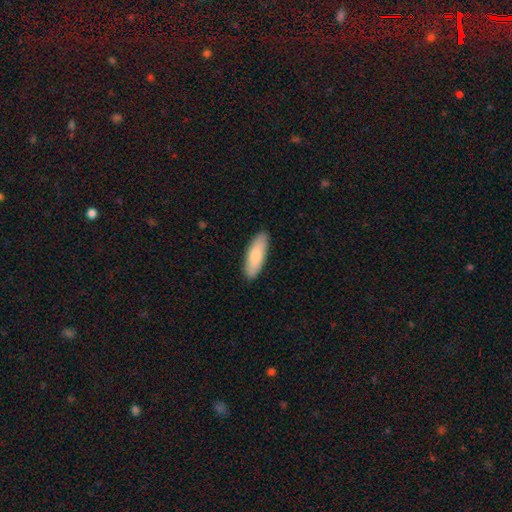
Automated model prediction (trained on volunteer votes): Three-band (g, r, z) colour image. It shows a smooth galaxy with no disk features (80%) that is in between round and cigar-shaped (65%). Merging: none (88%).